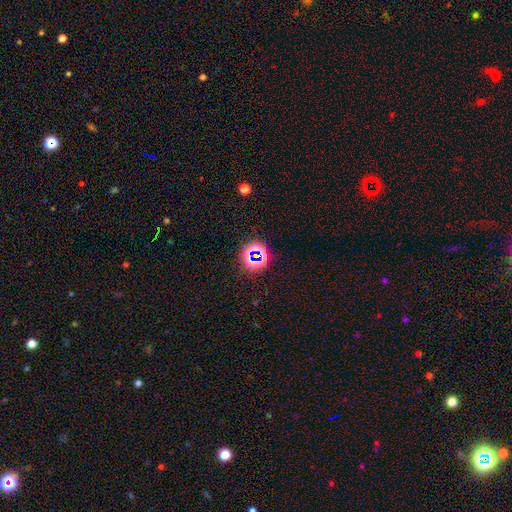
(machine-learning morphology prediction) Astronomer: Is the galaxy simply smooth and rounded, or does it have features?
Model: star or artifact — 68%.